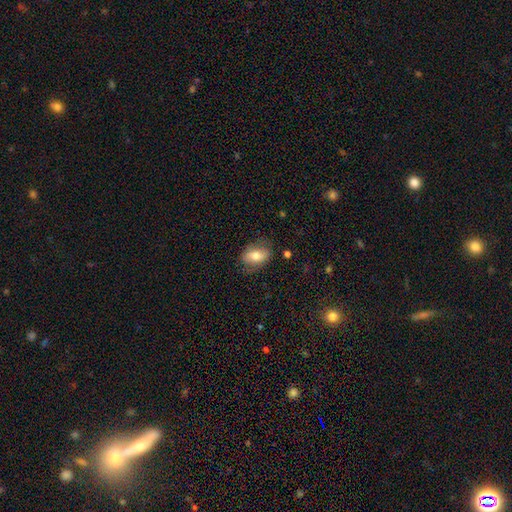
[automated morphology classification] Smooth or featured? Predicted: smooth (p=0.69). How rounded? Predicted: in between (p=0.85). Merging? Predicted: none (p=0.75).